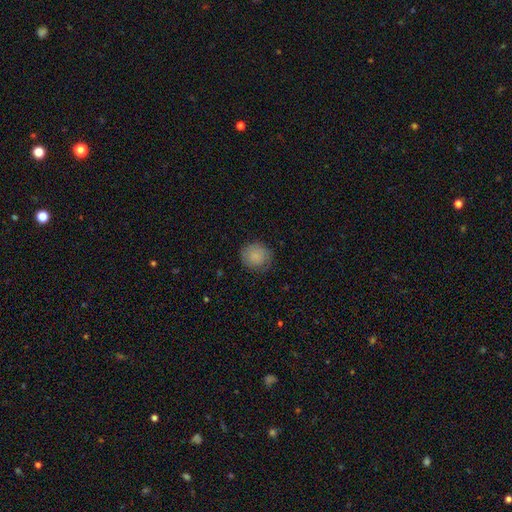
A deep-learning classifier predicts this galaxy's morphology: Smooth or featured?
  - smooth: 83% *
  - featured or disk: 10%
  - star or artifact: 8%
How rounded?
  - round: 86% *
  - in between: 13%
  - cigar-shaped: 1%
Merging?
  - none: 79% *
  - minor disturbance: 16%
  - major disturbance: 4%
  - merger: 1%